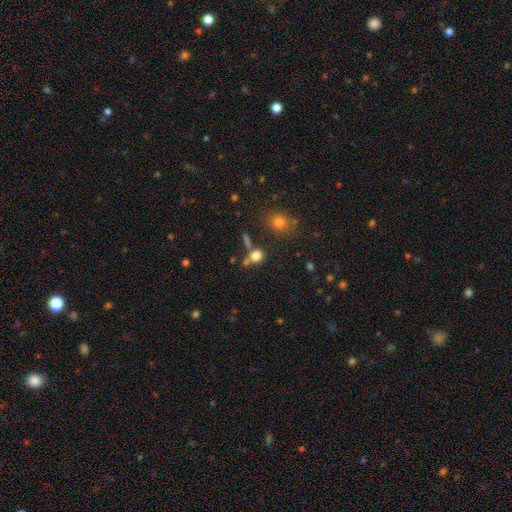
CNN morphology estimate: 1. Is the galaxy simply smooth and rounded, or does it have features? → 77% smooth, 14% star or artifact, 9% featured or disk.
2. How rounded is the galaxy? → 68% round, 30% in between, 2% cigar-shaped.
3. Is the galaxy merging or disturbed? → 56% none, 24% merger, 14% minor disturbance, 7% major disturbance.